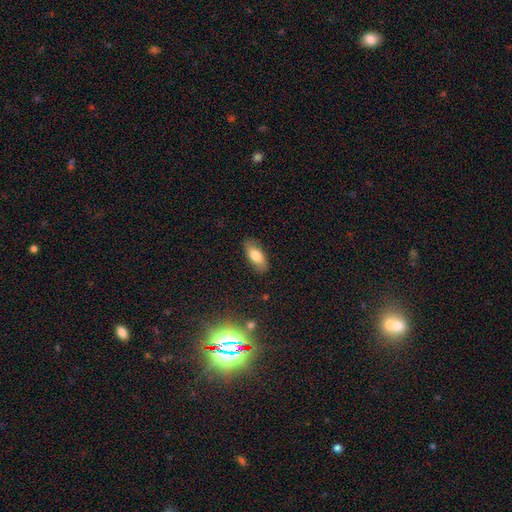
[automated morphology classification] Overall: smooth (78%). How rounded: in between (85%). Merging: none (86%).